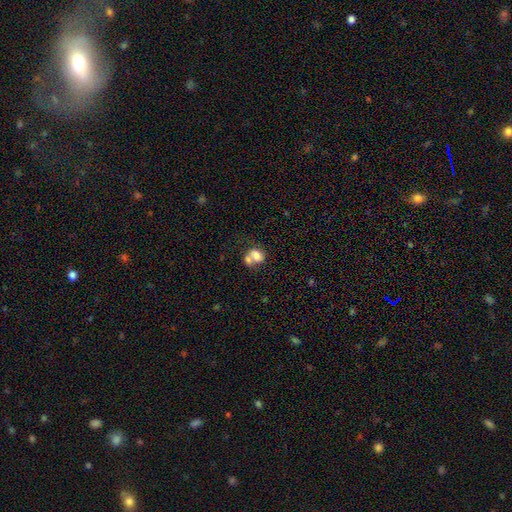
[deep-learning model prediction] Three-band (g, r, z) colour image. It shows a smooth galaxy with no disk features (70%) that is in between round and cigar-shaped (59%). Merging: merger (62%).